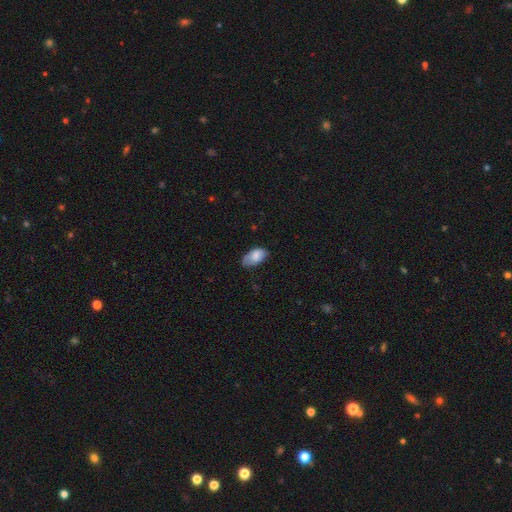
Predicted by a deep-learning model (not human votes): Smooth or featured?
  - smooth: 80% *
  - featured or disk: 13%
  - star or artifact: 7%
How rounded?
  - in between: 94% *
  - round: 4%
  - cigar-shaped: 2%
Merging?
  - none: 64% *
  - minor disturbance: 29%
  - major disturbance: 6%
  - merger: 1%